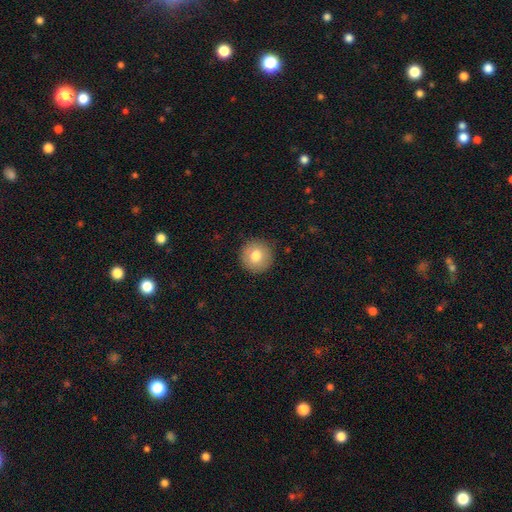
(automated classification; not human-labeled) This is likely a smooth galaxy (78%). How rounded: clearly round (95%). Merging: clearly none (90%).